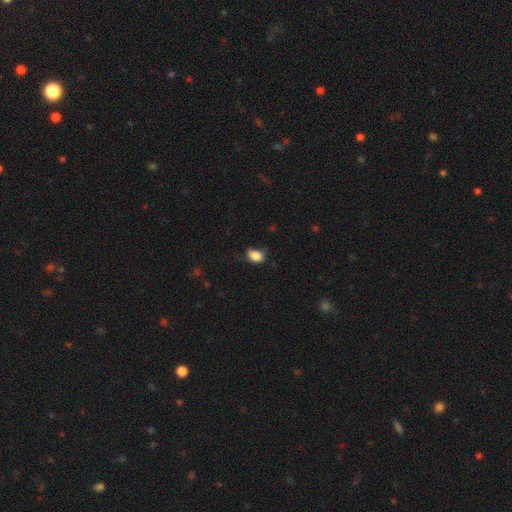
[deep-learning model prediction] smooth-or-featured: smooth: 85% | star or artifact: 9% | featured or disk: 6%
  how-rounded: in between: 78% | round: 21% | cigar-shaped: 1%
  merging: none: 51% | minor disturbance: 36% | major disturbance: 12% | merger: 2%